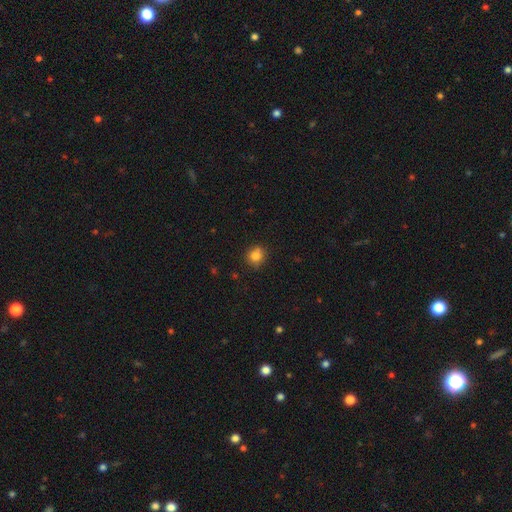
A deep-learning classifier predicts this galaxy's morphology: Smooth or featured? Predicted: smooth (p=0.81). How rounded? Predicted: round (p=0.82). Merging? Predicted: none (p=0.75).